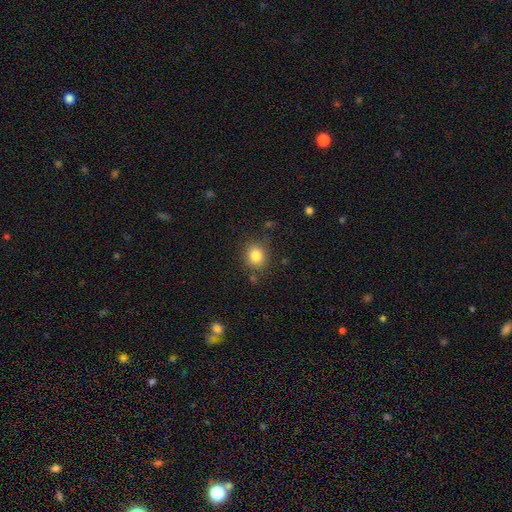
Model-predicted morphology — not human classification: type=smooth (84%); roundness=round (81%); merging=none (82%).